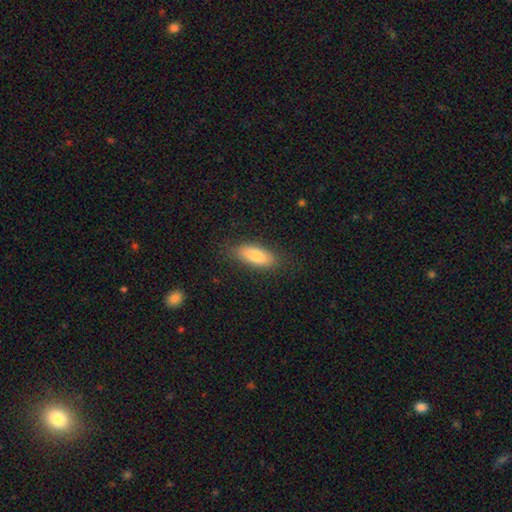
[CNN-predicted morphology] Smooth or featured? smooth (80%)
How rounded? in between (71%)
Merging? none (83%)